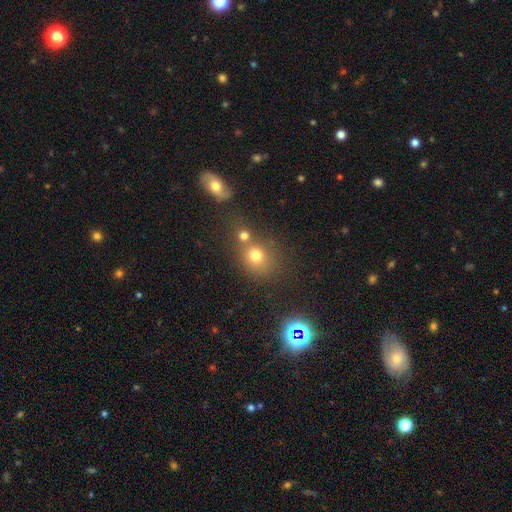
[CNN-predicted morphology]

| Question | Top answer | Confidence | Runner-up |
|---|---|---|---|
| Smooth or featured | smooth | 72% | star or artifact (18%) |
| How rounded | round | 77% | in between (22%) |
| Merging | none | 51% | merger (34%) |